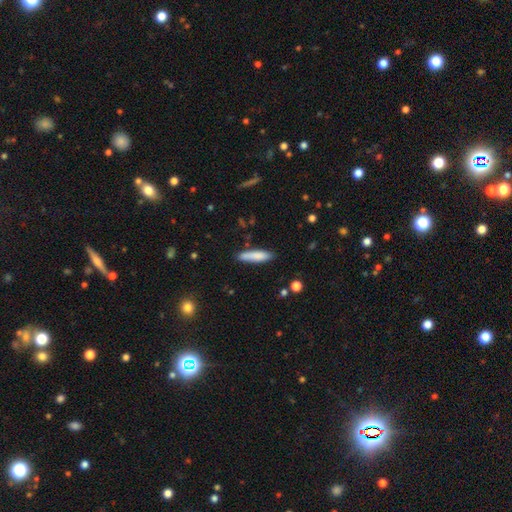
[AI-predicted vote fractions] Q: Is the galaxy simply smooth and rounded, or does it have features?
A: smooth — 83%.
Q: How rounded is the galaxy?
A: cigar-shaped — 73%.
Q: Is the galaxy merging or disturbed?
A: none — 81%.